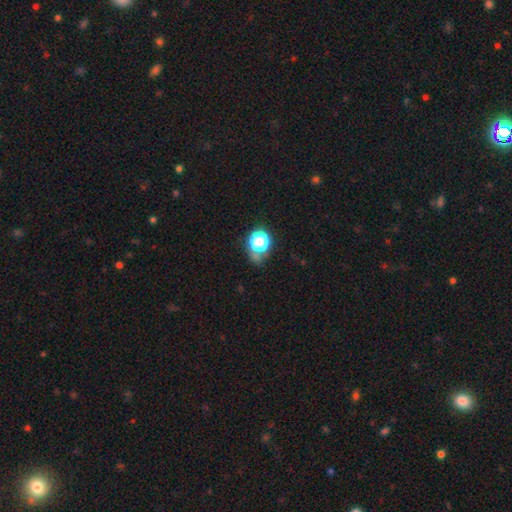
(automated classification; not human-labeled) Smooth or featured: smooth — 50% (star or artifact — 41%)
How rounded: round — 74% (in between — 24%)
Merging: none — 63% (minor disturbance — 17%)